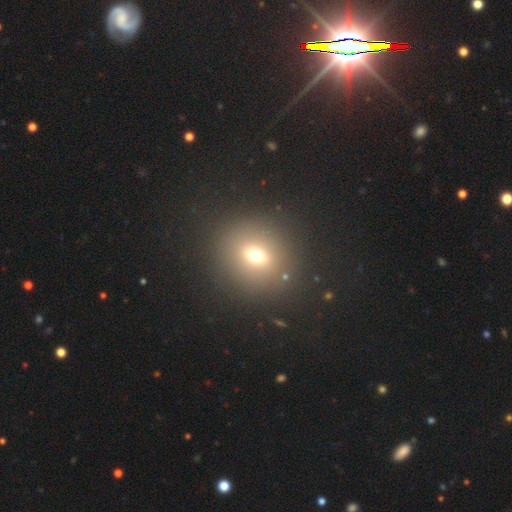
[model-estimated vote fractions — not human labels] Smooth or featured? smooth (66%)
How rounded? round (79%)
Merging? none (84%)